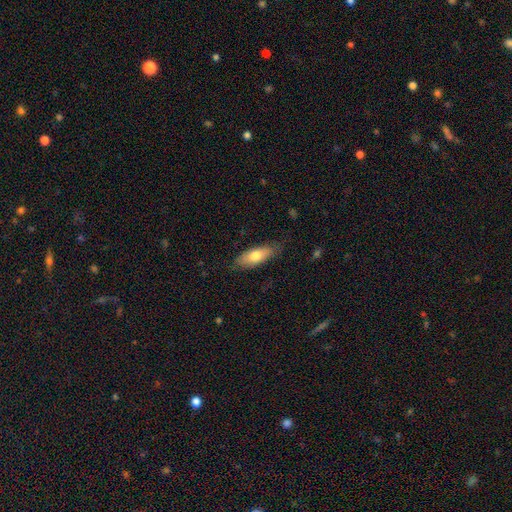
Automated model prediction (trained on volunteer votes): This is likely a smooth galaxy (71%). How rounded: likely in between (69%). Merging: likely none (78%).